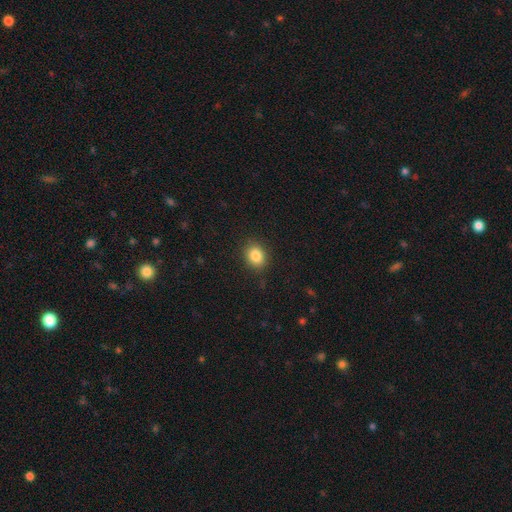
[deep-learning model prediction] This appears to be a smooth galaxy with no disk features (85%) that is round (52%). Merging: none (87%).